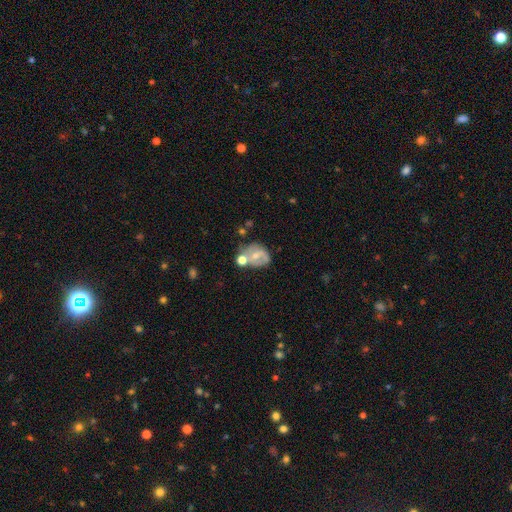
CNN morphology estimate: Overall: featured or disk (51%; smooth 39%). Edge-on disk: no (97%). Merging: none (39%; merger 27%).